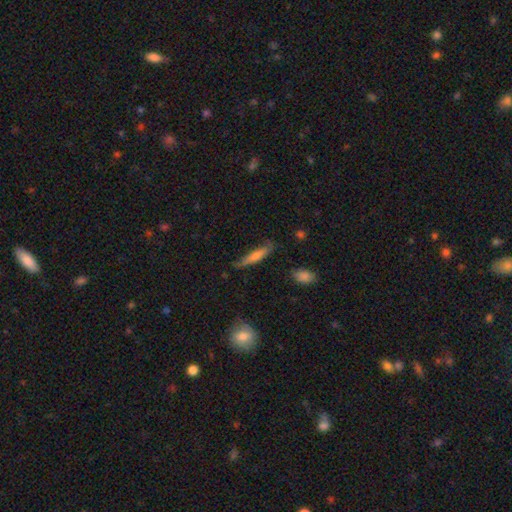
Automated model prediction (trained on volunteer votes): smooth 62%, featured or disk 31%, star or artifact 7%. Down the decision tree: how rounded — cigar-shaped (85%); merging — none (74%).